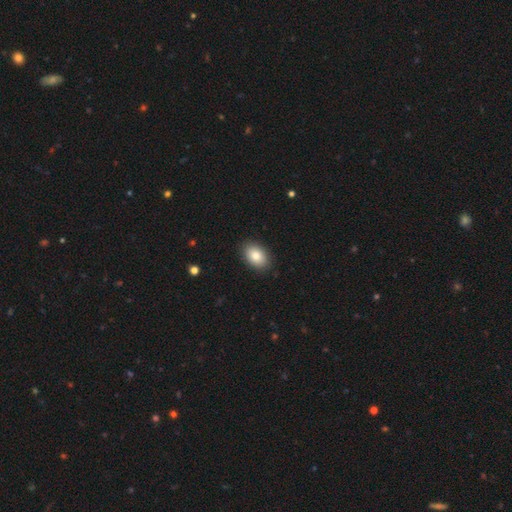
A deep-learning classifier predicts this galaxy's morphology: Smooth or featured?
  - smooth: 83% *
  - featured or disk: 9%
  - star or artifact: 8%
How rounded?
  - in between: 82% *
  - round: 17%
  - cigar-shaped: 1%
Merging?
  - none: 89% *
  - minor disturbance: 8%
  - major disturbance: 2%
  - merger: 1%